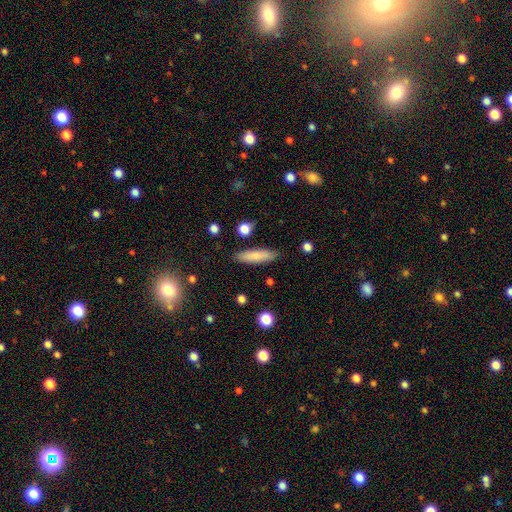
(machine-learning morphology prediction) Smooth or featured: smooth — 79% (featured or disk — 14%)
How rounded: cigar-shaped — 74% (in between — 24%)
Merging: none — 87% (minor disturbance — 9%)